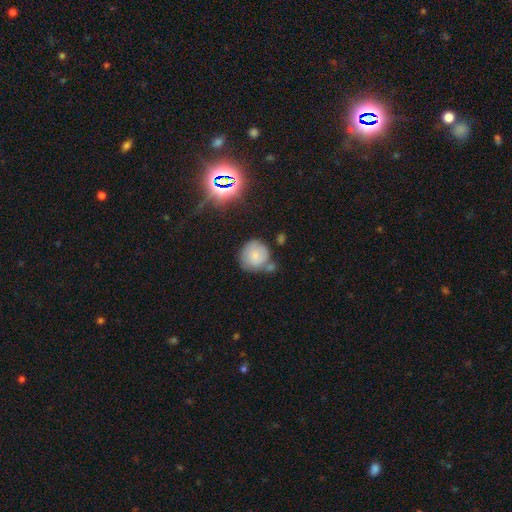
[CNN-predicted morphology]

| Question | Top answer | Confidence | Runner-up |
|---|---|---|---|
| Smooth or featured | smooth | 77% | featured or disk (13%) |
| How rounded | round | 88% | in between (11%) |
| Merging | none | 50% | merger (22%) |